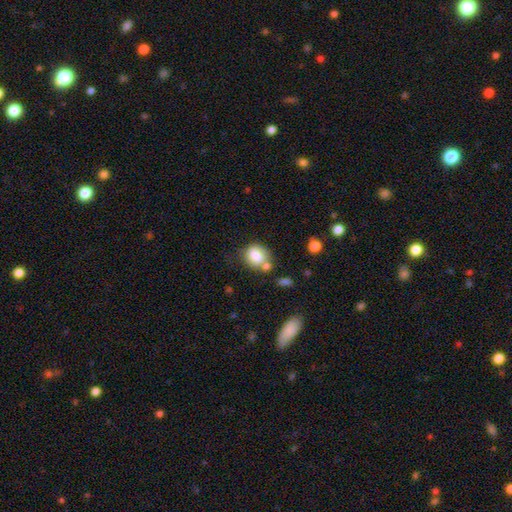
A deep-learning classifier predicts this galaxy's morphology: This appears to be a smooth galaxy with no disk features (80%) that is round (63%). Merging: none (54%).